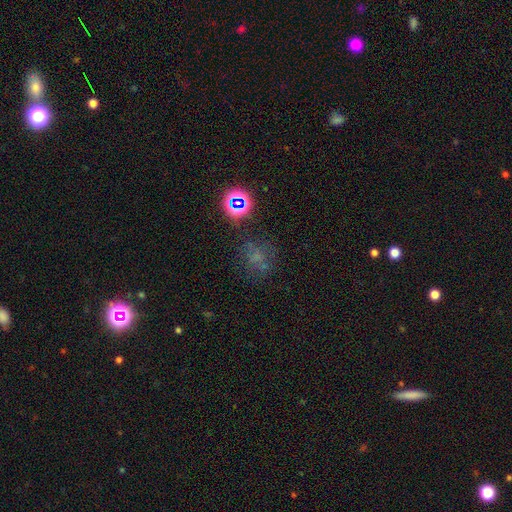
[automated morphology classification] The model was most divided on "smooth or featured": smooth: 42%, star or artifact: 39%, featured or disk: 19%. More confident: merging — none (62%).